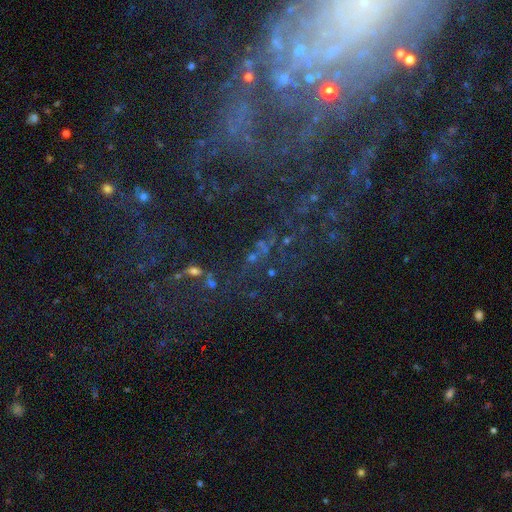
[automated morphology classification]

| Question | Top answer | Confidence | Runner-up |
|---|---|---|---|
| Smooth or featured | star or artifact | 67% | smooth (18%) |